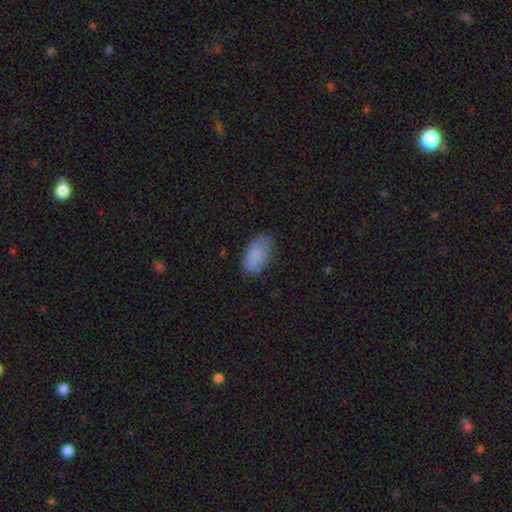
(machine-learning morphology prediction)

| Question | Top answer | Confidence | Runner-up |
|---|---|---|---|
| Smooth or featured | smooth | 81% | featured or disk (11%) |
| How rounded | in between | 94% | round (4%) |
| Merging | none | 60% | minor disturbance (30%) |